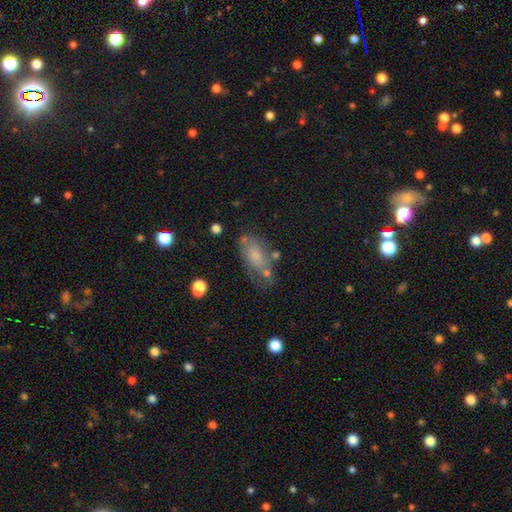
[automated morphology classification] Smooth or featured?
  - smooth: 64% *
  - featured or disk: 27%
  - star or artifact: 9%
How rounded?
  - in between: 88% *
  - cigar-shaped: 7%
  - round: 5%
Merging?
  - none: 47% *
  - minor disturbance: 27%
  - major disturbance: 15%
  - merger: 11%